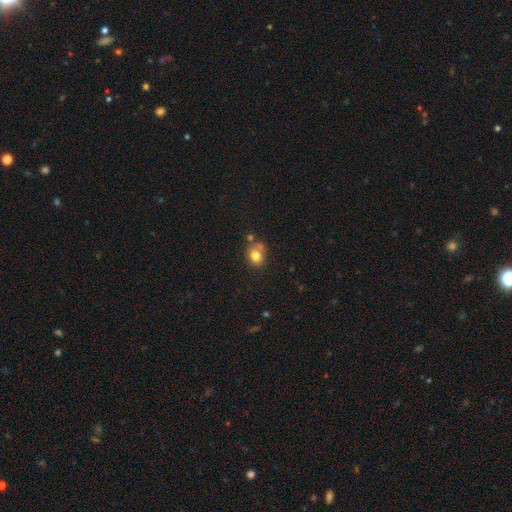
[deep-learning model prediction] smooth 76%, featured or disk 12%, star or artifact 12%. Down the decision tree: how rounded — round (61%); merging — none (53%).